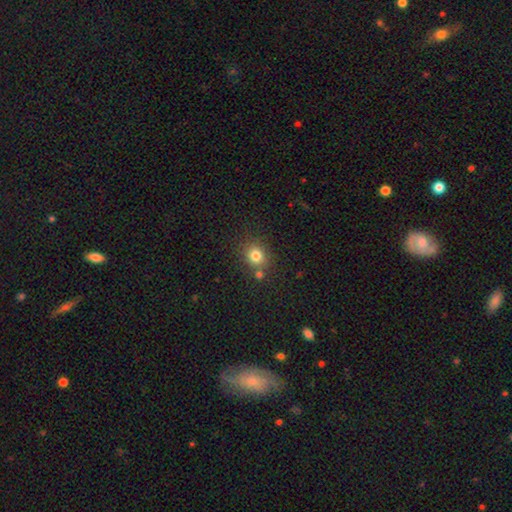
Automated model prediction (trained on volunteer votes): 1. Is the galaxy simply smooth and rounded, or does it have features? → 79% smooth, 14% star or artifact, 7% featured or disk.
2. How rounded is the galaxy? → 80% round, 20% in between, 1% cigar-shaped.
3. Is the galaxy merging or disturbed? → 74% none, 13% merger, 10% minor disturbance, 3% major disturbance.